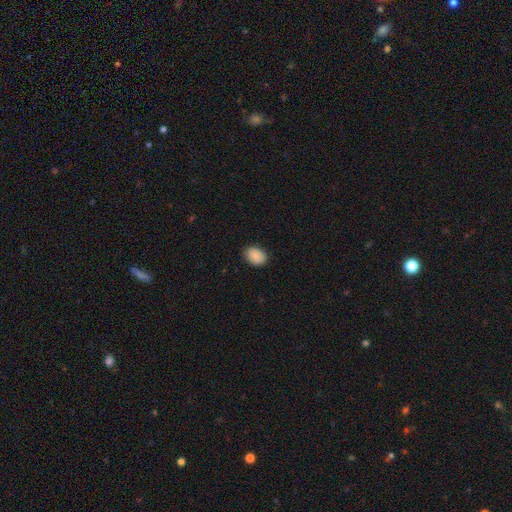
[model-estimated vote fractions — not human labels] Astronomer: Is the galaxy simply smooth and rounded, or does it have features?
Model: smooth — 89%.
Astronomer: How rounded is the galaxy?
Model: in between — 66%.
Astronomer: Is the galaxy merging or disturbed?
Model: none — 87%.